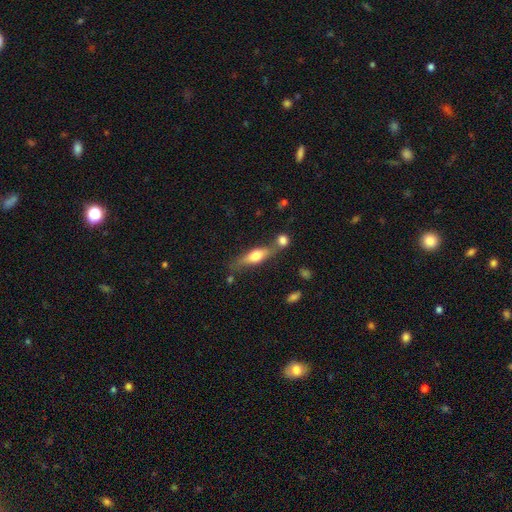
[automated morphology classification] The model was most divided on "how rounded": cigar-shaped: 54%, in between: 43%, round: 4%. More confident: merging — none (58%); smooth or featured — smooth (53%).